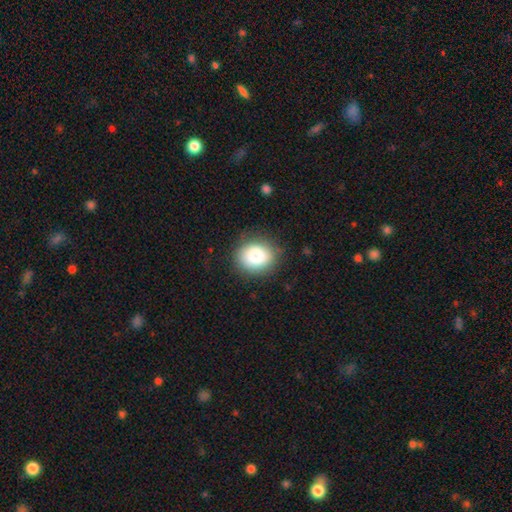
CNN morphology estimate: Smooth or featured: smooth — 84% (star or artifact — 8%)
How rounded: round — 63% (in between — 36%)
Merging: none — 84% (minor disturbance — 11%)